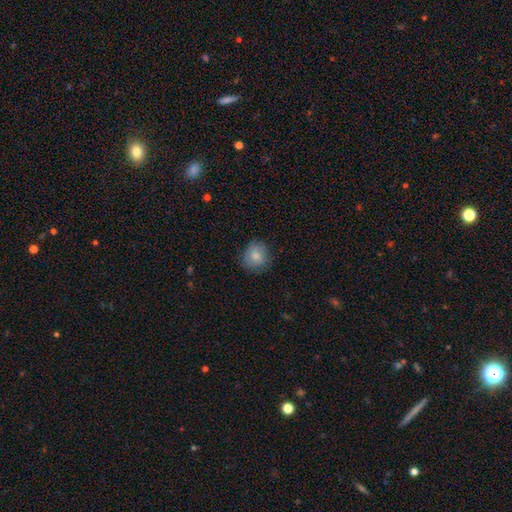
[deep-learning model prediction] Smooth or featured: smooth — 82% (featured or disk — 10%)
How rounded: round — 82% (in between — 17%)
Merging: none — 78% (minor disturbance — 17%)